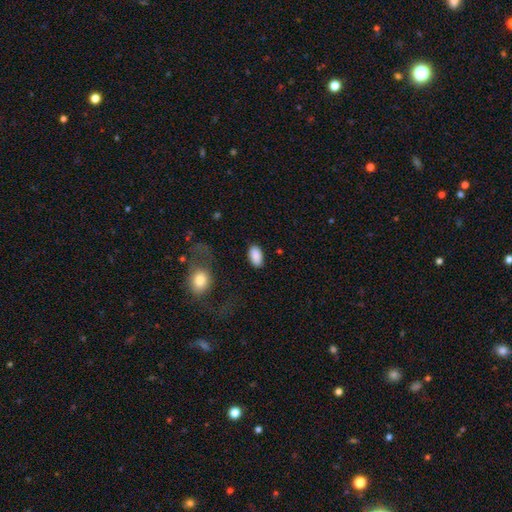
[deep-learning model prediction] Smooth or featured?
  - smooth: 89% *
  - star or artifact: 7%
  - featured or disk: 4%
How rounded?
  - in between: 94% *
  - round: 4%
  - cigar-shaped: 2%
Merging?
  - none: 84% *
  - minor disturbance: 10%
  - major disturbance: 4%
  - merger: 2%